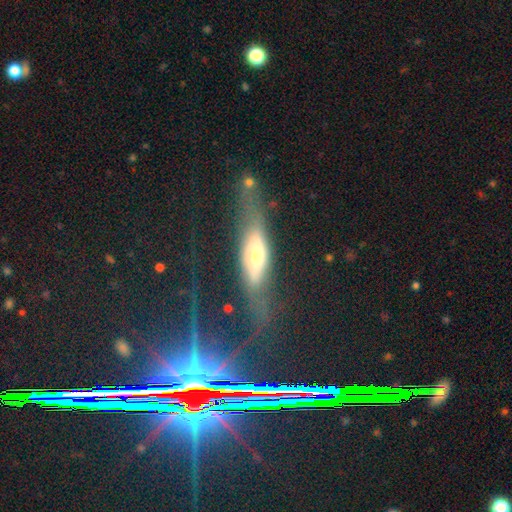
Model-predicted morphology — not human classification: Smooth or featured? Predicted: featured or disk (p=0.48). Merging? Predicted: none (p=0.64).